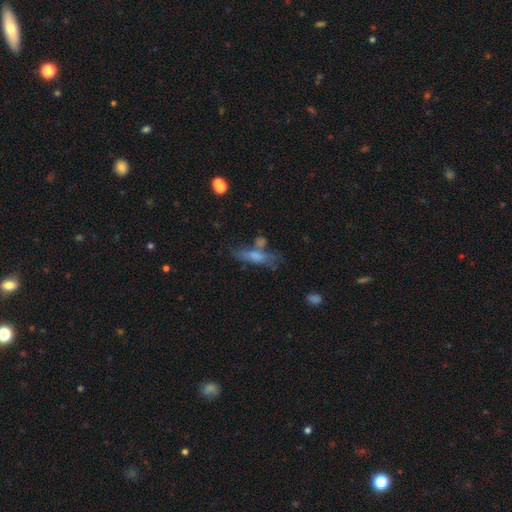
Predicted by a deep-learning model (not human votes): Smooth or featured? Predicted: smooth (p=0.58). How rounded? Predicted: cigar-shaped (p=0.59). Merging? Predicted: none (p=0.45).